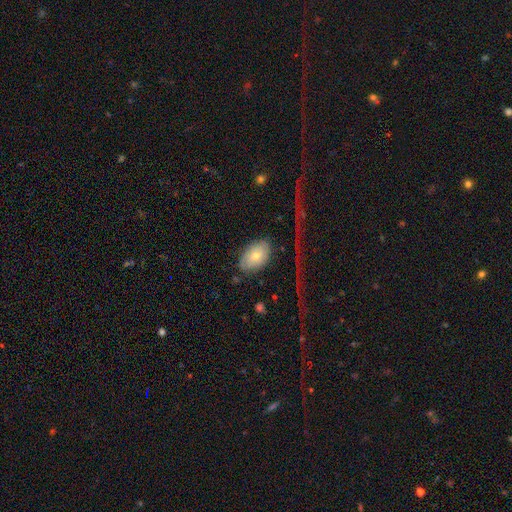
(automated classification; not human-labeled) A smooth galaxy with no disk features (64%) that is in between round and cigar-shaped (89%). Merging: none (67%).